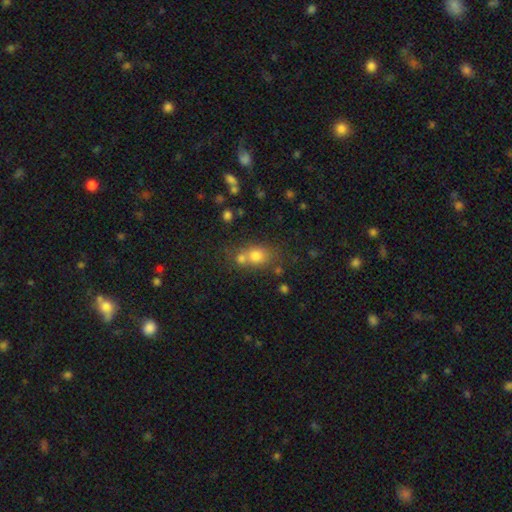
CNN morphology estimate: This appears to be a smooth galaxy with no disk features (75%) that is round (54%). Merging: none (45%).